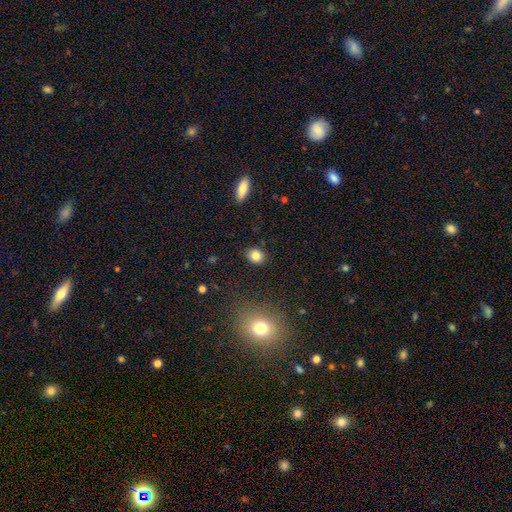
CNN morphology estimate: Smooth or featured: smooth — 84% (star or artifact — 10%)
How rounded: round — 55% (in between — 44%)
Merging: none — 88% (minor disturbance — 8%)